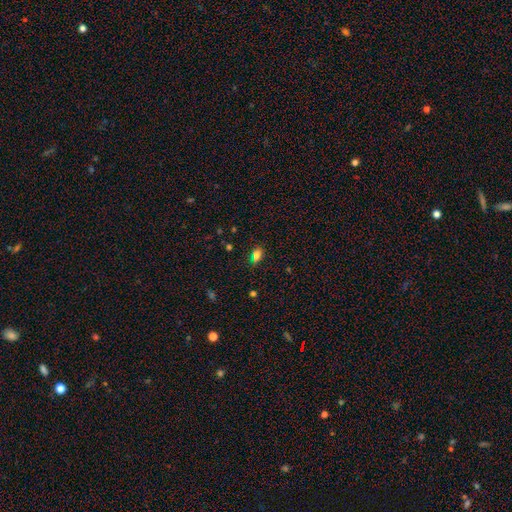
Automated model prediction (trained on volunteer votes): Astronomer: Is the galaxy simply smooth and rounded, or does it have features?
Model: smooth — 67%.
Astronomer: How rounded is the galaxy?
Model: in between — 73%.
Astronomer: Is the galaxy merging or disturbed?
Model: none — 77%.